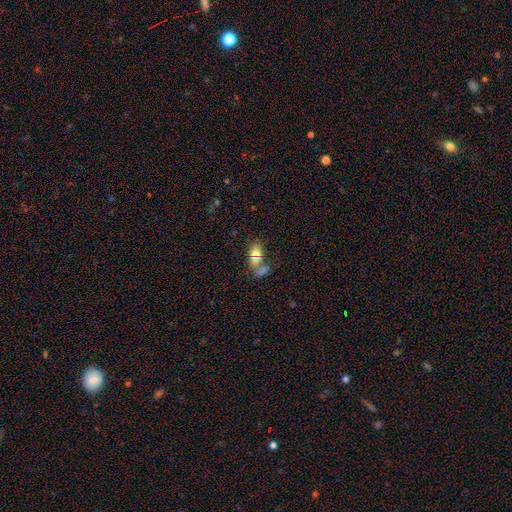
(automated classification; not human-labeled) smooth_or_featured: smooth (p=0.74) [alt: featured or disk p=0.17]
how_rounded: in between (p=0.85) [alt: cigar-shaped p=0.09]
merging: none (p=0.41) [alt: merger p=0.40]